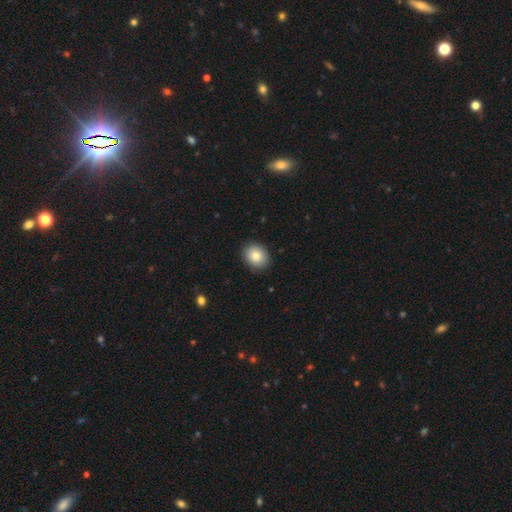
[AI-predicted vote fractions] A smooth galaxy with no disk features (82%) that is round (55%). Merging: none (89%).